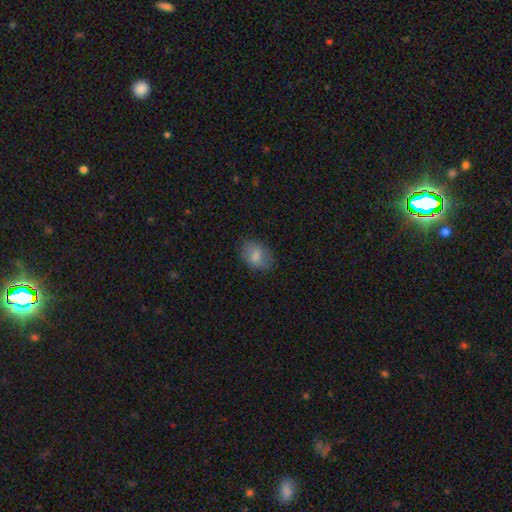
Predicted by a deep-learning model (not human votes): Overall: smooth (81%). How rounded: in between (75%). Merging: none (79%).